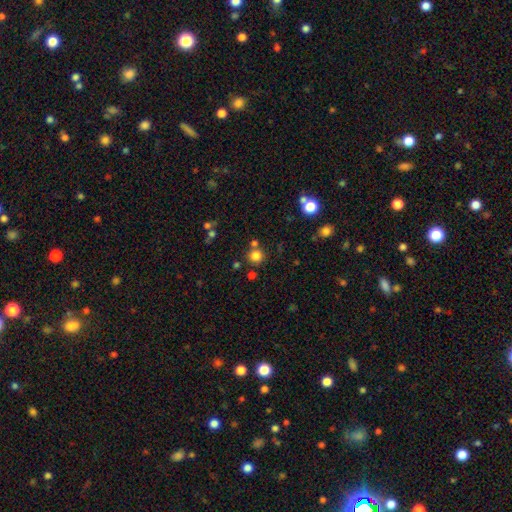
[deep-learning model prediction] Overall: smooth (80%). How rounded: round (92%). Merging: none (76%).